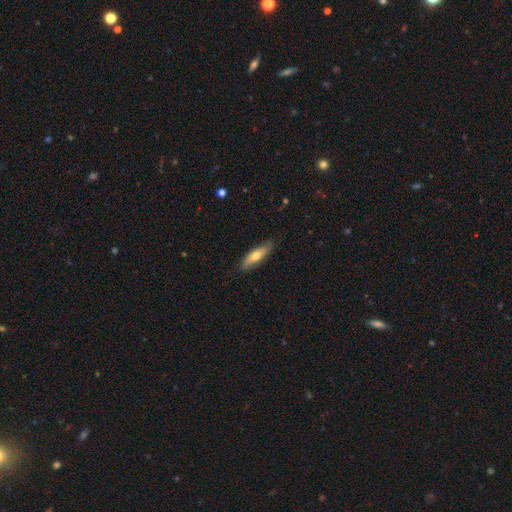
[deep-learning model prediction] Smooth or featured? Predicted: smooth (p=0.57). How rounded? Predicted: cigar-shaped (p=0.56). Merging? Predicted: none (p=0.84).